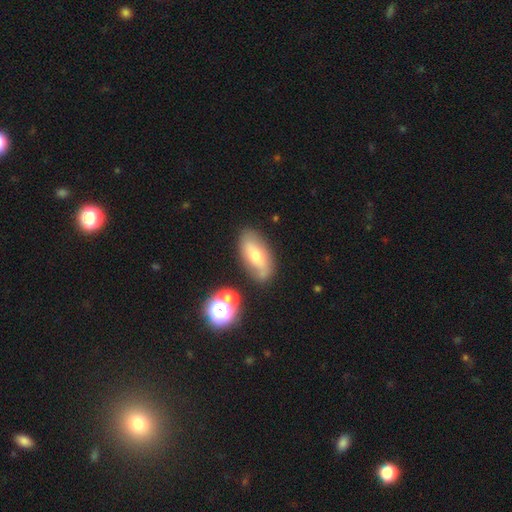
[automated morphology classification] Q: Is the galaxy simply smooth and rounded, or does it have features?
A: featured or disk — 44%.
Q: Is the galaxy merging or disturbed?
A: none — 74%.